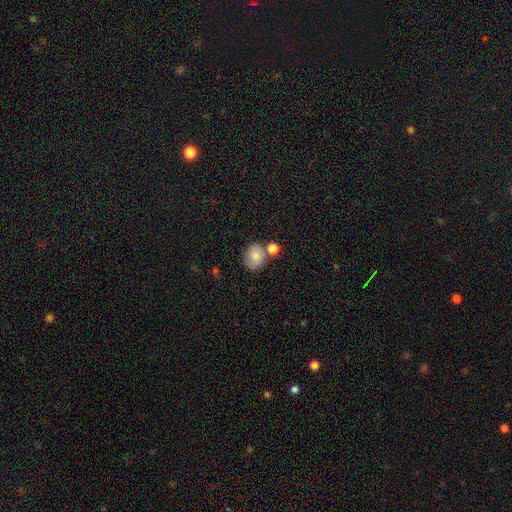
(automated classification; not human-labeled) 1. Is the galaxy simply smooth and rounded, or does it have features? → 80% smooth, 11% featured or disk, 9% star or artifact.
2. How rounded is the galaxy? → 63% round, 36% in between, 1% cigar-shaped.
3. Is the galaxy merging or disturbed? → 60% none, 19% merger, 17% minor disturbance, 5% major disturbance.